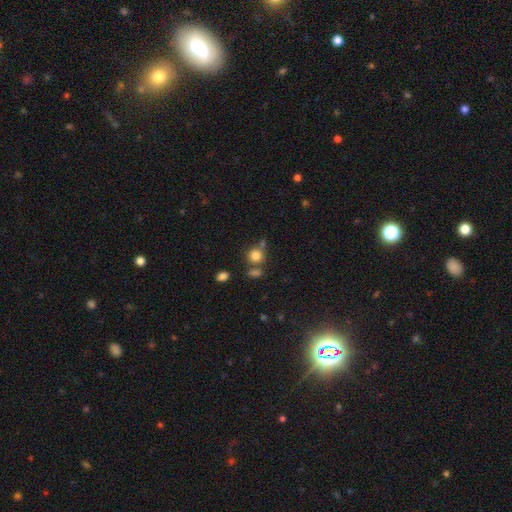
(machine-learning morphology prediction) smooth_or_featured: smooth (p=0.81) [alt: star or artifact p=0.12]
how_rounded: round (p=0.85) [alt: in between p=0.14]
merging: none (p=0.61) [alt: merger p=0.22]